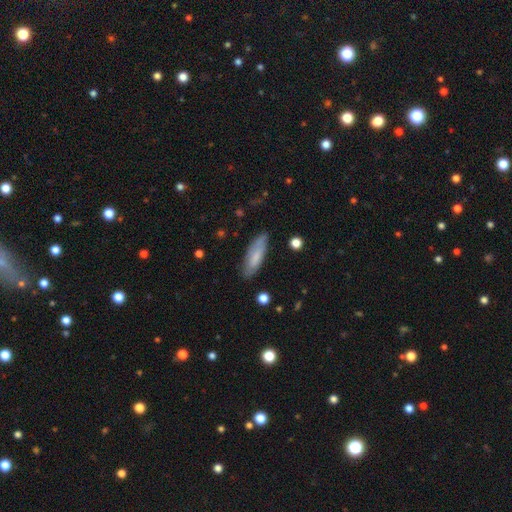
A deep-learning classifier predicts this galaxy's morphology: The model was most divided on "how rounded": in between: 52%, cigar-shaped: 46%, round: 2%. More confident: merging — none (78%); smooth or featured — smooth (69%).